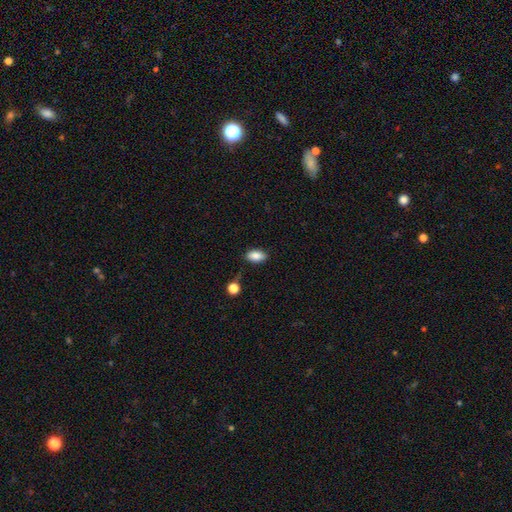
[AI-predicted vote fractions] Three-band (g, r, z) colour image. It shows a smooth galaxy with no disk features (86%) that is in between round and cigar-shaped (91%). Merging: none (80%).